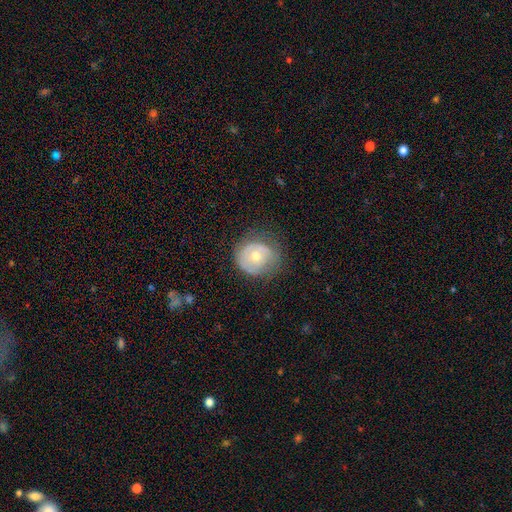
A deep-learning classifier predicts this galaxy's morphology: A smooth galaxy with no disk features (48%). Merging: none (63%).